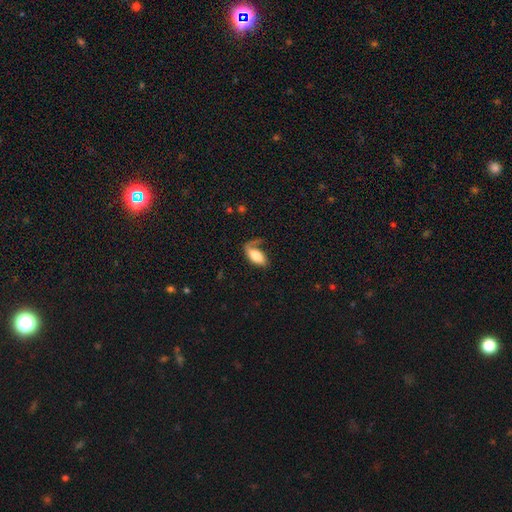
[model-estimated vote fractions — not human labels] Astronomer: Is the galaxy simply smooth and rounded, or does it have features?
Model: smooth — 67%.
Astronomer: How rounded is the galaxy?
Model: in between — 86%.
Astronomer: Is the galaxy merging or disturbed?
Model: none — 43% (runner-up: major disturbance, 27%).